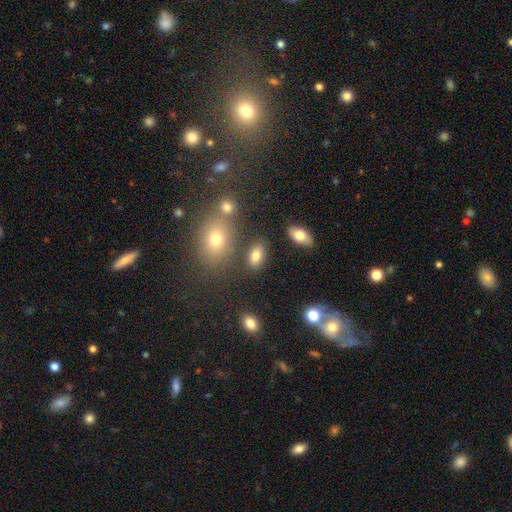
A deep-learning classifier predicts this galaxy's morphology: type=smooth (79%); roundness=in between (89%); merging=none (77%).